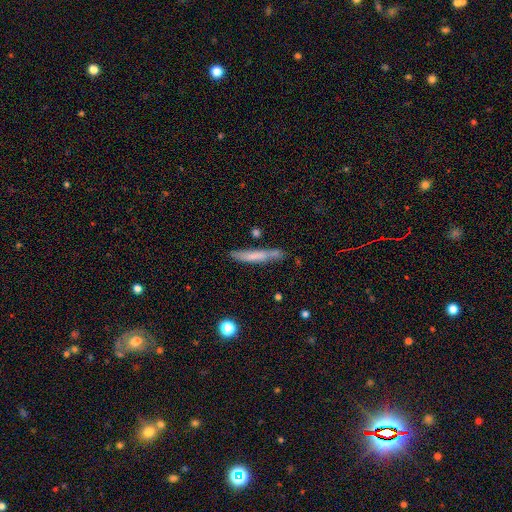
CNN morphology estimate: This is likely a smooth galaxy (62%). How rounded: clearly cigar-shaped (92%). Merging: likely none (69%).